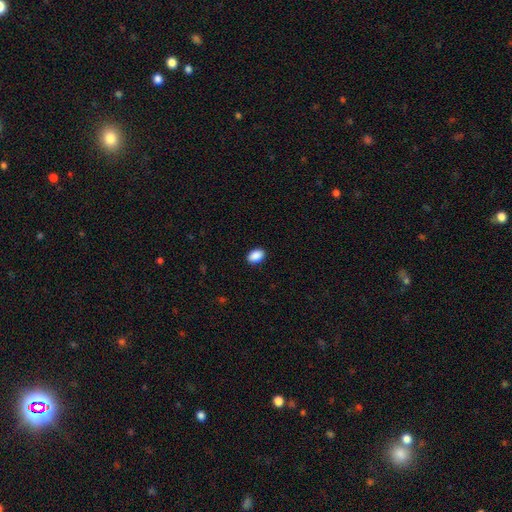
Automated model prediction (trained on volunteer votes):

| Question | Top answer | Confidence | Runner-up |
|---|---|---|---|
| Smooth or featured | smooth | 90% | star or artifact (7%) |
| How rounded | in between | 89% | round (10%) |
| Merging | none | 89% | minor disturbance (8%) |